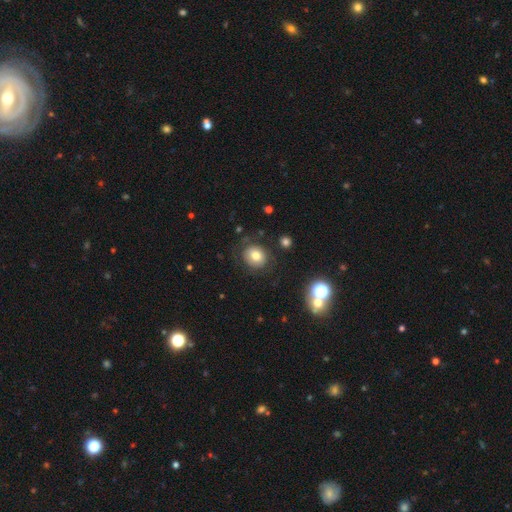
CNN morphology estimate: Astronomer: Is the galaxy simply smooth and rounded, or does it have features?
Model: smooth — 71%.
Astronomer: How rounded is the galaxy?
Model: round — 73%.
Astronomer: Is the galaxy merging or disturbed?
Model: none — 77%.